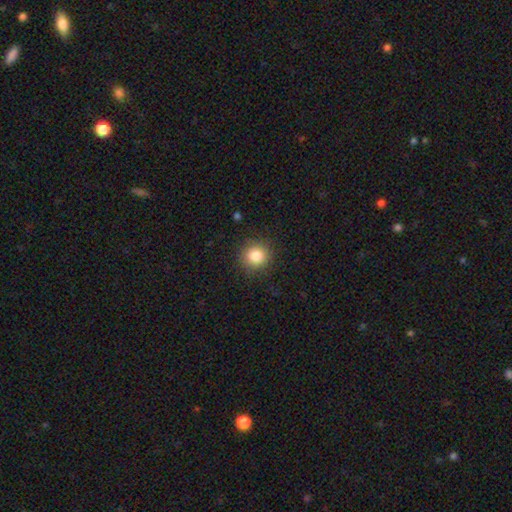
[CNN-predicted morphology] Smooth or featured: smooth — 84% (star or artifact — 10%)
How rounded: round — 92% (in between — 7%)
Merging: none — 89% (minor disturbance — 7%)